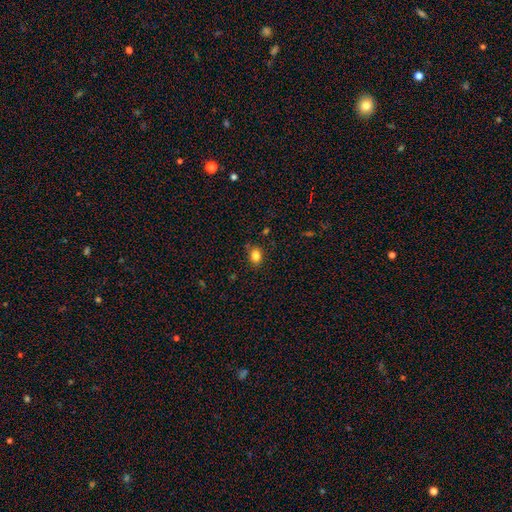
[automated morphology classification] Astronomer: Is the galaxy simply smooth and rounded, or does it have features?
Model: smooth — 83%.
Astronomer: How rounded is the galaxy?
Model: in between — 66%.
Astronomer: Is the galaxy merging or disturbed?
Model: none — 83%.